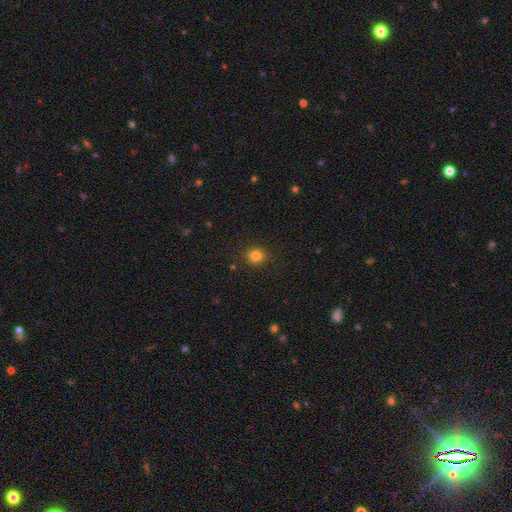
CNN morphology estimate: Q: Smooth or featured?
A: smooth (82%); runner-up: star or artifact (13%)
Q: How rounded?
A: round (86%); runner-up: in between (13%)
Q: Merging?
A: none (88%); runner-up: minor disturbance (9%)